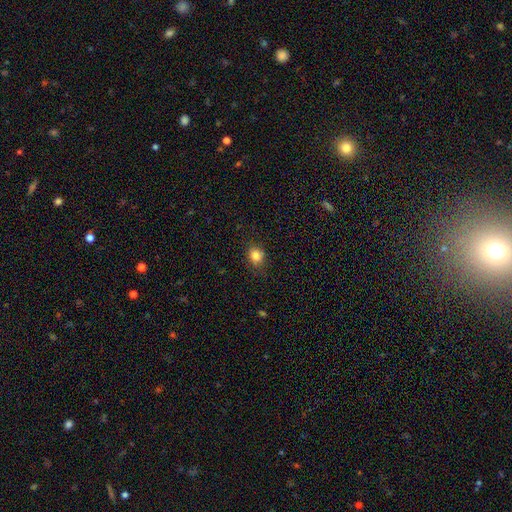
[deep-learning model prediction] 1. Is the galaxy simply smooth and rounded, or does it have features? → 83% smooth, 12% star or artifact, 5% featured or disk.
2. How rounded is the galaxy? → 69% round, 30% in between, 1% cigar-shaped.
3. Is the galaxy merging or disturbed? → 81% none, 14% minor disturbance, 3% major disturbance, 1% merger.